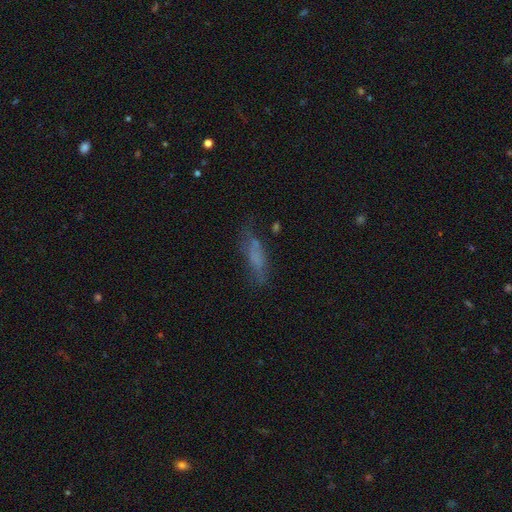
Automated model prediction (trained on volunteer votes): This appears to be a smooth galaxy with no disk features (56%) that is cigar-shaped (61%). Merging: none (57%).